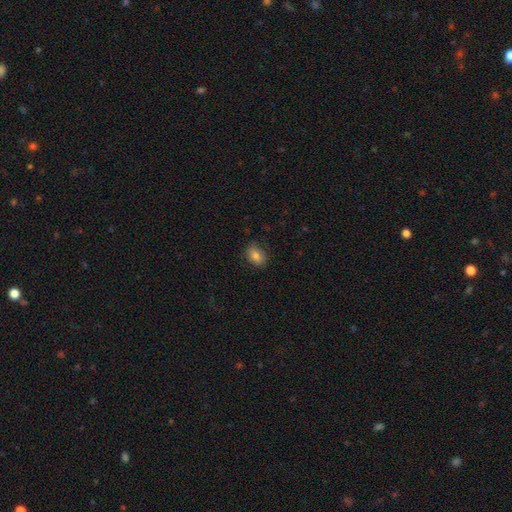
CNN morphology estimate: Smooth or featured? smooth (80%)
How rounded? in between (76%)
Merging? none (79%)